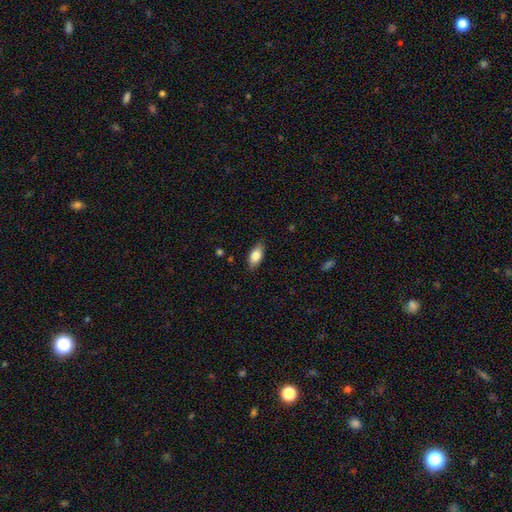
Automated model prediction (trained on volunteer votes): Smooth or featured: smooth — 82% (featured or disk — 11%)
How rounded: in between — 89% (cigar-shaped — 7%)
Merging: none — 85% (minor disturbance — 12%)